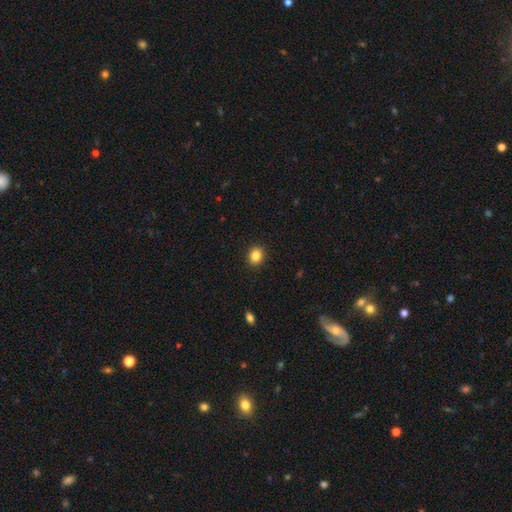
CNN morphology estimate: This appears to be a smooth galaxy with no disk features (85%) that is round (67%). Merging: none (91%).